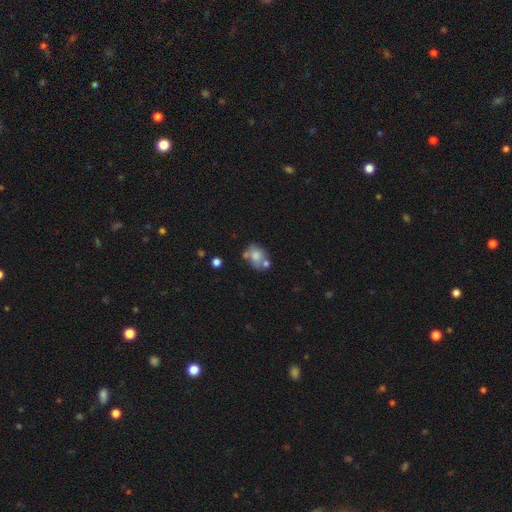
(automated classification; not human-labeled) Smooth or featured? smooth (65%)
How rounded? in between (58%)
Merging? none (42%)